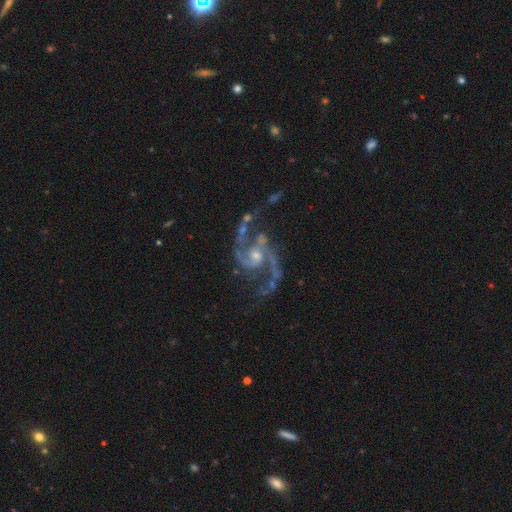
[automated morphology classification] smooth-or-featured: featured or disk: 92% | star or artifact: 5% | smooth: 3%
  disk-edge-on: no: 98% | yes: 2%
    bar: no: 57% | weak: 34% | strong: 9%
    has-spiral-arms: yes: 98% | no: 2%
      spiral-winding: medium: 52% | loose: 38% | tight: 10%
      spiral-arm-count: 2: 89% | 3: 4% | can't tell: 2% | 1: 2% | 4: 2% | more than 4: 1%
    bulge-size: small: 50% | moderate: 43% | none: 4% | large: 2% | dominant: 1%
  merging: none: 59% | minor disturbance: 18% | major disturbance: 16% | merger: 7%